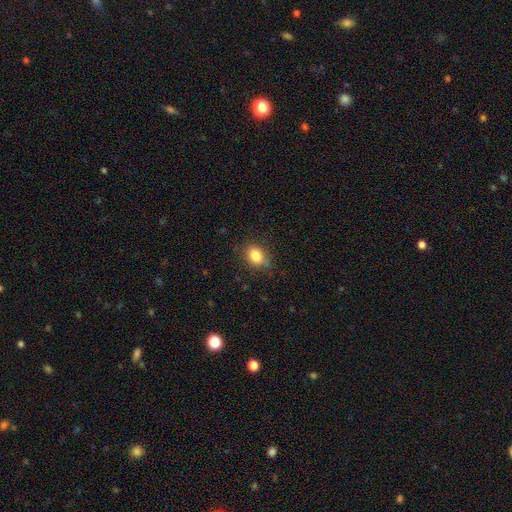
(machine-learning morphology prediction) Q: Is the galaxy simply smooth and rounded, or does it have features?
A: smooth — 83%.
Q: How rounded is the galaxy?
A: in between — 62%.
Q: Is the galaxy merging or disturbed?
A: none — 78%.